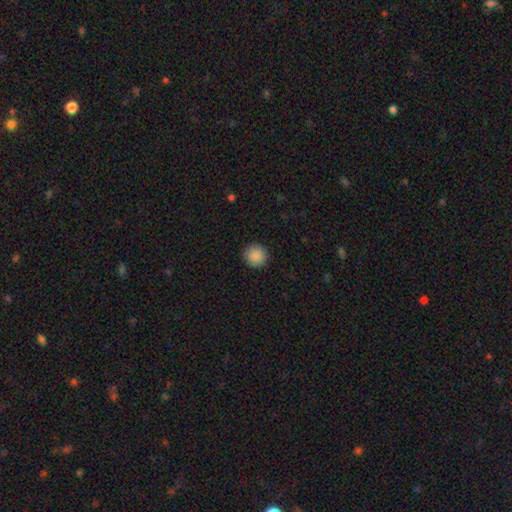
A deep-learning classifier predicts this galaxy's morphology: smooth-or-featured: smooth: 89% | star or artifact: 8% | featured or disk: 3%
  how-rounded: round: 95% | in between: 4% | cigar-shaped: 1%
  merging: none: 92% | minor disturbance: 6% | major disturbance: 2% | merger: 1%